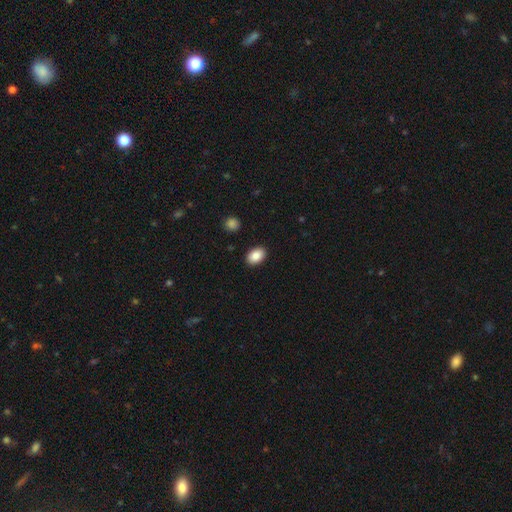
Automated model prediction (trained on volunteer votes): smooth_or_featured: smooth (p=0.86) [alt: star or artifact p=0.07]
how_rounded: in between (p=0.85) [alt: round p=0.14]
merging: none (p=0.90) [alt: minor disturbance p=0.07]